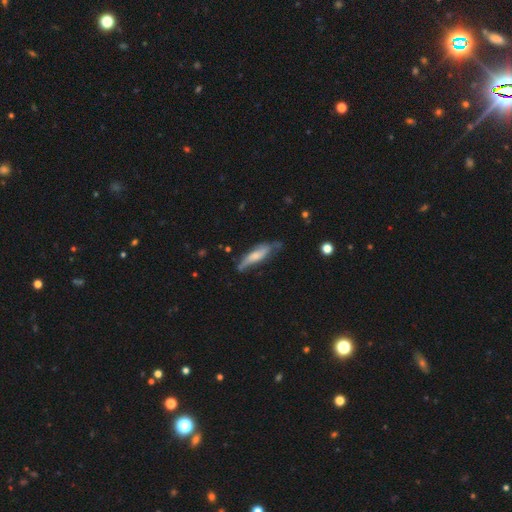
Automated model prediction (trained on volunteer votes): Smooth or featured?
  - smooth: 49% *
  - featured or disk: 45%
  - star or artifact: 6%
Merging?
  - none: 54% *
  - minor disturbance: 33%
  - major disturbance: 9%
  - merger: 4%